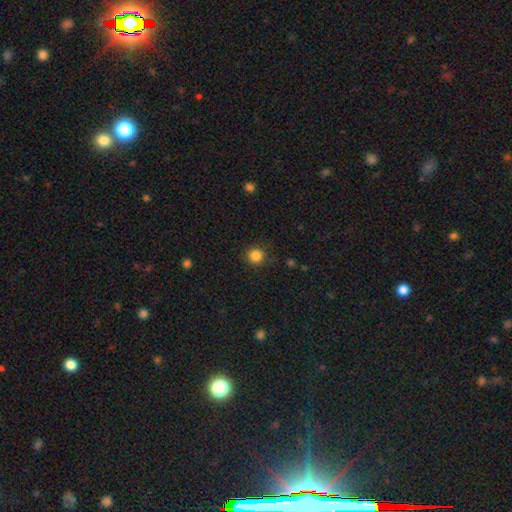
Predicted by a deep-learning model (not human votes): smooth 85%, star or artifact 12%, featured or disk 4%. Down the decision tree: how rounded — round (94%); merging — none (89%).